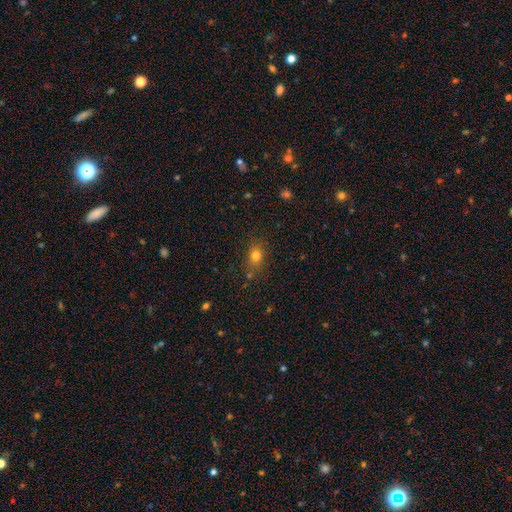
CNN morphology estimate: smooth_or_featured: smooth (p=0.78) [alt: star or artifact p=0.15]
how_rounded: round (p=0.51) [alt: in between p=0.47]
merging: none (p=0.77) [alt: minor disturbance p=0.14]